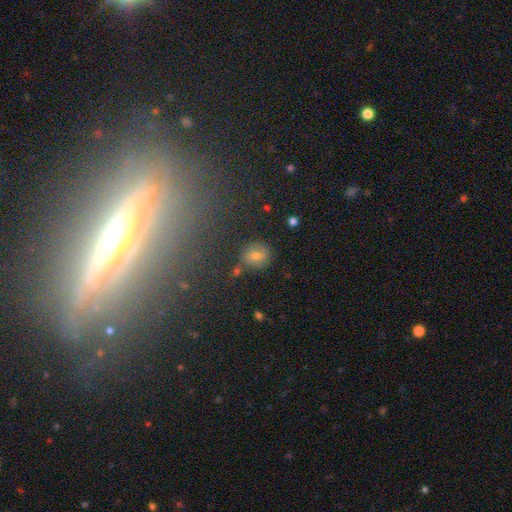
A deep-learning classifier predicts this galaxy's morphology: smooth-or-featured: smooth: 59% | featured or disk: 22% | star or artifact: 19%
  how-rounded: round: 77% | in between: 21% | cigar-shaped: 2%
  merging: none: 80% | minor disturbance: 12% | merger: 4% | major disturbance: 4%